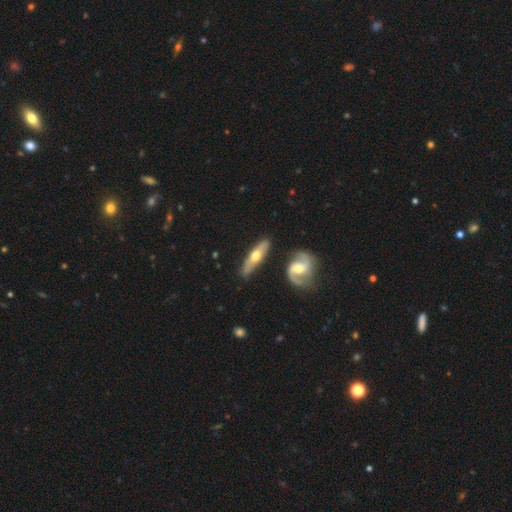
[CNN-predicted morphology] The model was most divided on "smooth or featured": featured or disk: 65%, smooth: 31%, star or artifact: 4%. More confident: merging — none (77%); edge-on disk — yes (67%).